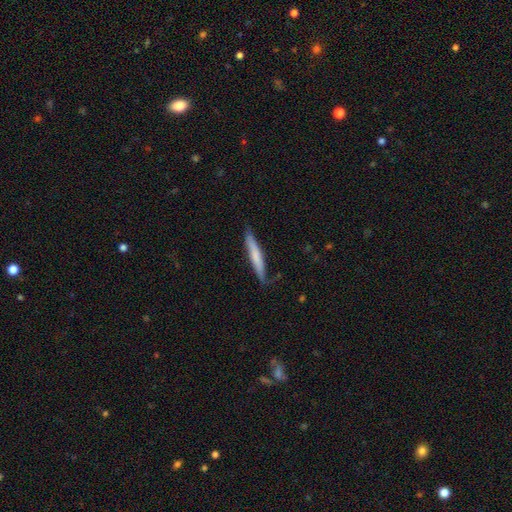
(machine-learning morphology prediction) type=smooth (64%); roundness=cigar-shaped (94%); merging=none (76%).